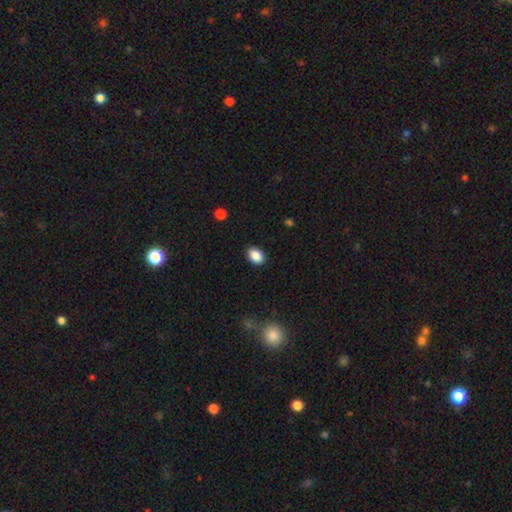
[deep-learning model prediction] Smooth or featured?
  - smooth: 89% *
  - star or artifact: 8%
  - featured or disk: 3%
How rounded?
  - in between: 76% *
  - round: 23%
  - cigar-shaped: 1%
Merging?
  - none: 89% *
  - minor disturbance: 8%
  - major disturbance: 2%
  - merger: 1%